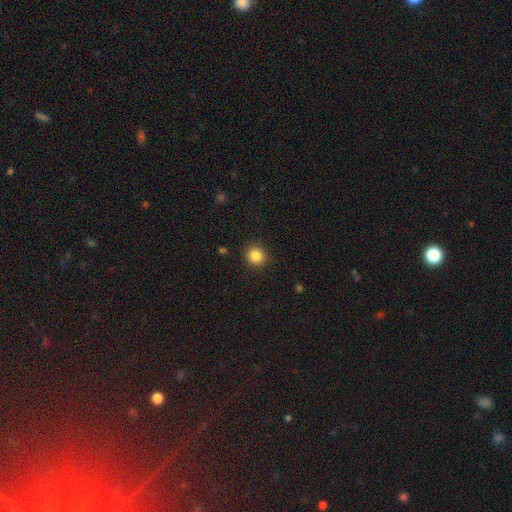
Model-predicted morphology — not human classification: Smooth or featured?
  - smooth: 85% *
  - star or artifact: 10%
  - featured or disk: 4%
How rounded?
  - round: 88% *
  - in between: 11%
  - cigar-shaped: 1%
Merging?
  - none: 91% *
  - minor disturbance: 6%
  - major disturbance: 2%
  - merger: 1%